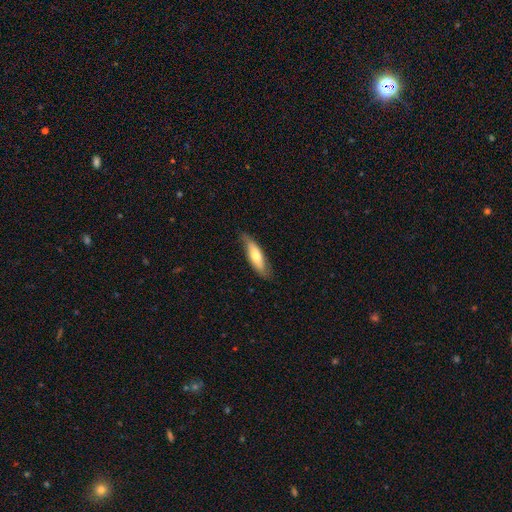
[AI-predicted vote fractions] Overall: smooth (59%; featured or disk 36%). How rounded: cigar-shaped (50%; in between 48%). Merging: none (73%).